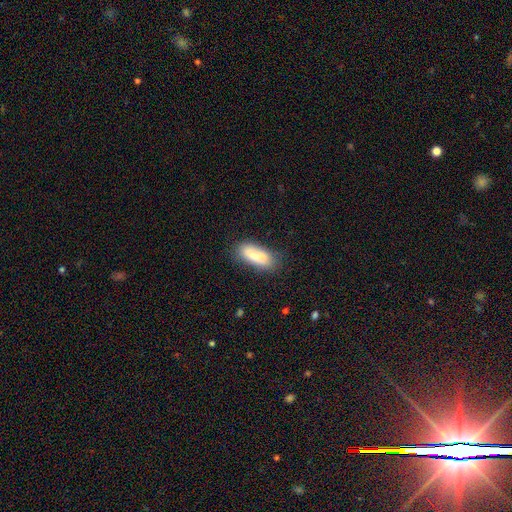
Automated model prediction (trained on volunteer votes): smooth-or-featured: smooth: 80% | featured or disk: 12% | star or artifact: 7%
  how-rounded: in between: 65% | cigar-shaped: 32% | round: 2%
  merging: none: 67% | minor disturbance: 22% | major disturbance: 7% | merger: 4%